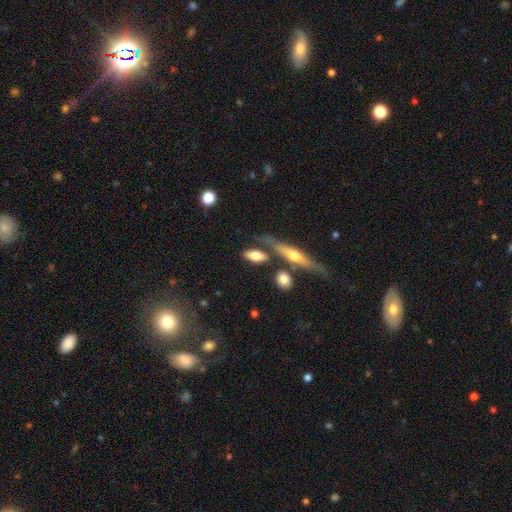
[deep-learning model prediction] smooth 70%, featured or disk 24%, star or artifact 7%. Down the decision tree: how rounded — in between (78%); merging — none (60%).